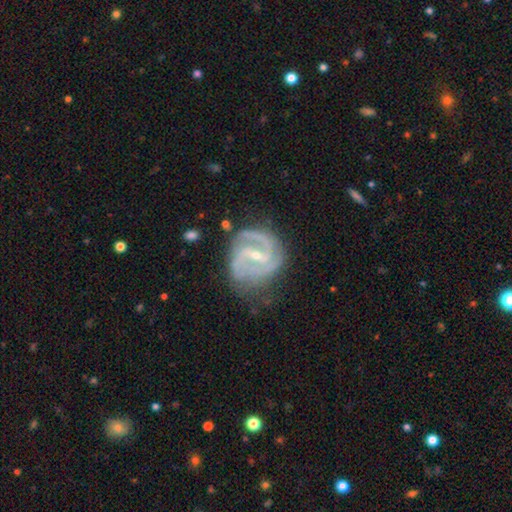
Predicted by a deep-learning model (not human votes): This appears to be a featured or disk galaxy (90%) with a weak bar (45%), 2 (63%) medium (51%) spiral arms (97%) and a small central bulge (67%). Merging: none (60%).